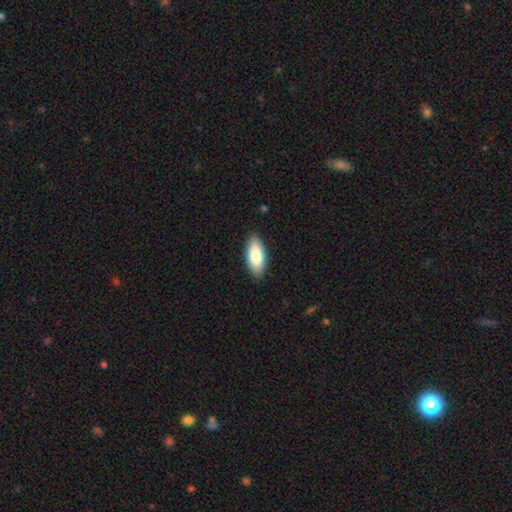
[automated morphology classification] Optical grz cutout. It shows a smooth galaxy with no disk features (81%) that is in between round and cigar-shaped (84%). Merging: none (89%).